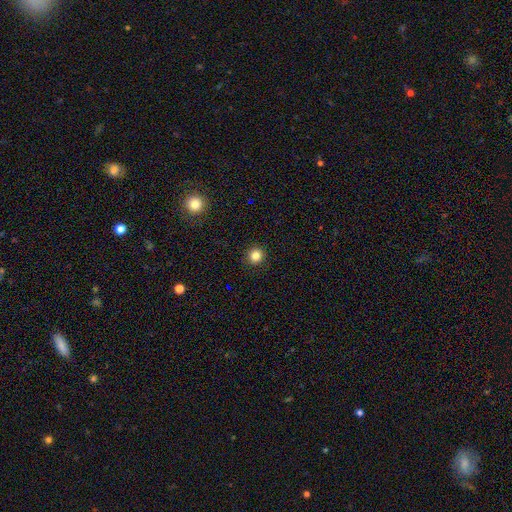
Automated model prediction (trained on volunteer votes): A smooth galaxy with no disk features (83%) that is round (93%).

Vote fractions:
- Smooth or featured? smooth: 83% / star or artifact: 12% / featured or disk: 4%
- How rounded? round: 93% / in between: 6% / cigar-shaped: 1%
- Merging? none: 92% / minor disturbance: 5% / major disturbance: 2% / merger: 1%